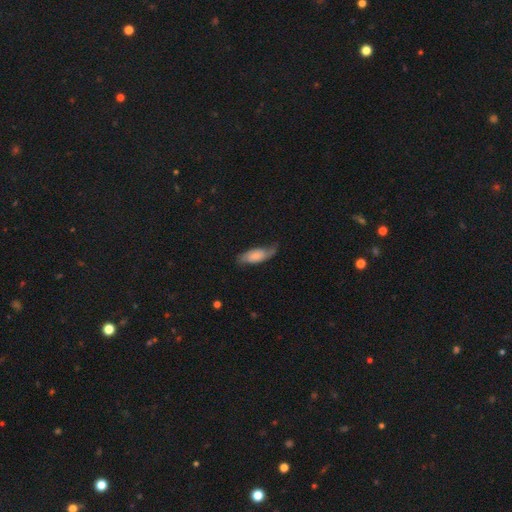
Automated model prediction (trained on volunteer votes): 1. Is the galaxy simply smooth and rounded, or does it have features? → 47% smooth, 46% featured or disk, 7% star or artifact.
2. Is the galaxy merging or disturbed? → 59% none, 28% minor disturbance, 11% major disturbance, 2% merger.